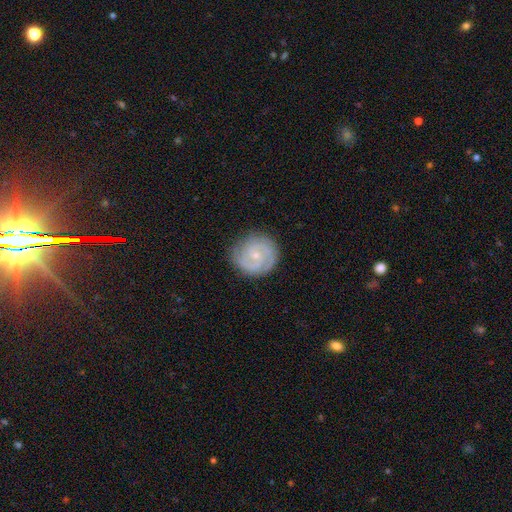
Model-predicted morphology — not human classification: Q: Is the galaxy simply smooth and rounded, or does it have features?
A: featured or disk — 83%.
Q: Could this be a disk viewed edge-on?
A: no — 98%.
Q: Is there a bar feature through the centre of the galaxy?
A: no — 69%.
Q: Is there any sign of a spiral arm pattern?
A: yes — 97%.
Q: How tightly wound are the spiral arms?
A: tight — 69%.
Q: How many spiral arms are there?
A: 2 — 56%.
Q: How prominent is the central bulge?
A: small — 79%.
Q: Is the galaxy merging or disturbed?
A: none — 84%.